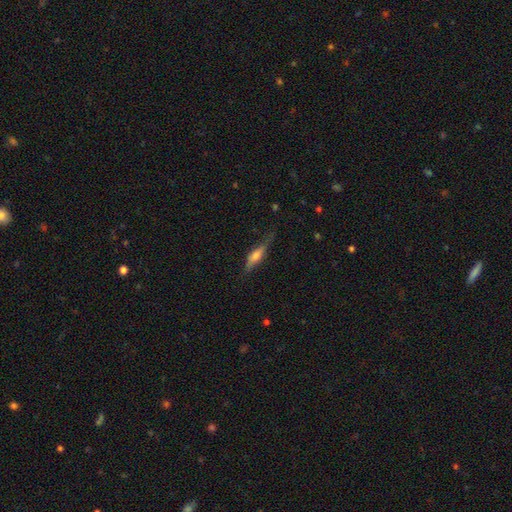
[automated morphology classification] Smooth or featured: featured or disk — 54% (smooth — 39%)
Edge-on disk: yes — 90% (no — 10%)
Merging: none — 70% (minor disturbance — 22%)